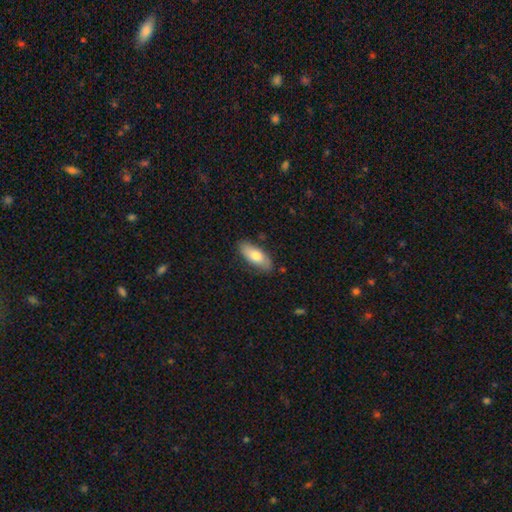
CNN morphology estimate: Overall: smooth (73%). How rounded: in between (81%). Merging: none (82%).